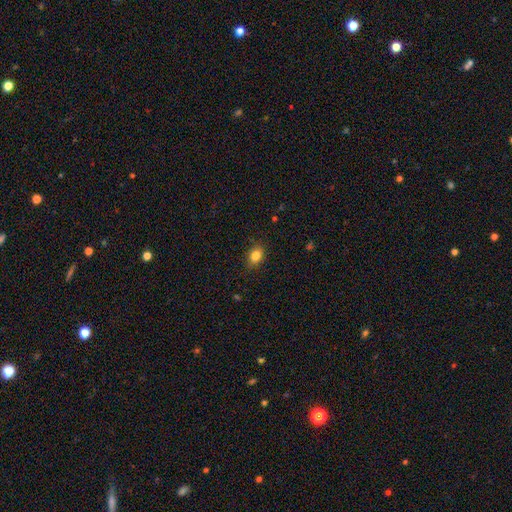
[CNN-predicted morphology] smooth_or_featured: smooth (p=0.83) [alt: star or artifact p=0.10]
how_rounded: in between (p=0.73) [alt: round p=0.26]
merging: none (p=0.85) [alt: minor disturbance p=0.12]